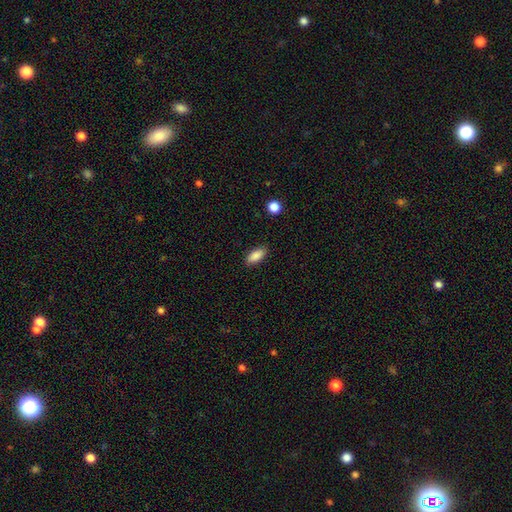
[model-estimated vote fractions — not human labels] A smooth galaxy with no disk features (87%) that is in between round and cigar-shaped (86%). Merging: none (87%).